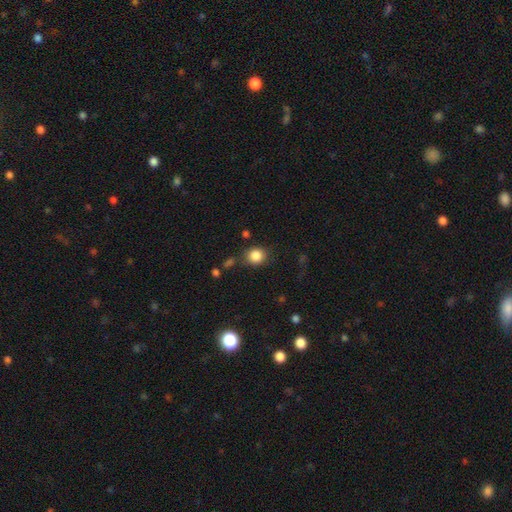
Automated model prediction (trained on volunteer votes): Smooth or featured?
  - smooth: 85% *
  - star or artifact: 10%
  - featured or disk: 5%
How rounded?
  - round: 82% *
  - in between: 17%
  - cigar-shaped: 1%
Merging?
  - none: 78% *
  - minor disturbance: 13%
  - merger: 4%
  - major disturbance: 4%